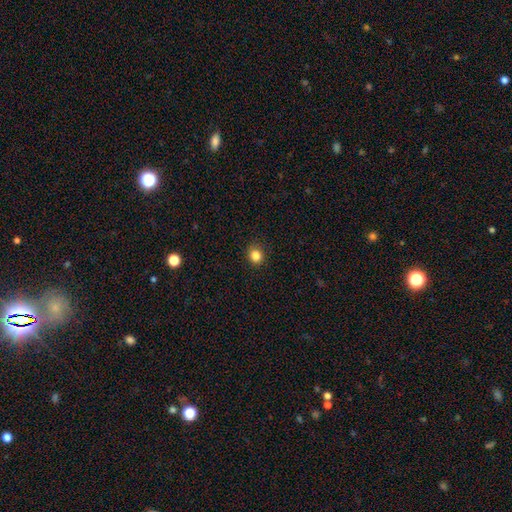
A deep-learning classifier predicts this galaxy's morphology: Smooth or featured?
  - smooth: 84% *
  - star or artifact: 12%
  - featured or disk: 4%
How rounded?
  - round: 76% *
  - in between: 23%
  - cigar-shaped: 1%
Merging?
  - none: 89% *
  - minor disturbance: 8%
  - major disturbance: 2%
  - merger: 1%